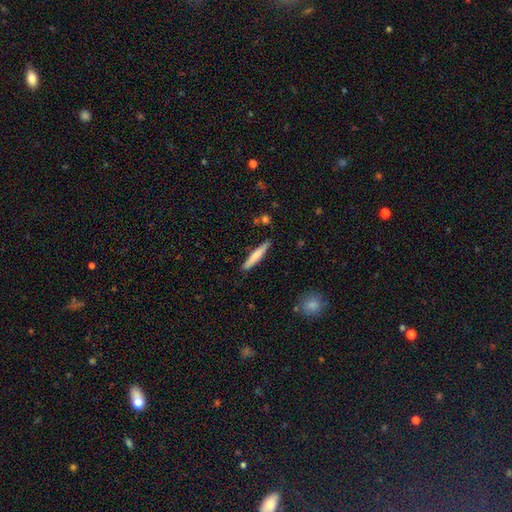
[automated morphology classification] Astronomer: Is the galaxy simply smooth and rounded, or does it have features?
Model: smooth — 68%.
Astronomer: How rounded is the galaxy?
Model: cigar-shaped — 92%.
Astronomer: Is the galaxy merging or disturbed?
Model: none — 88%.